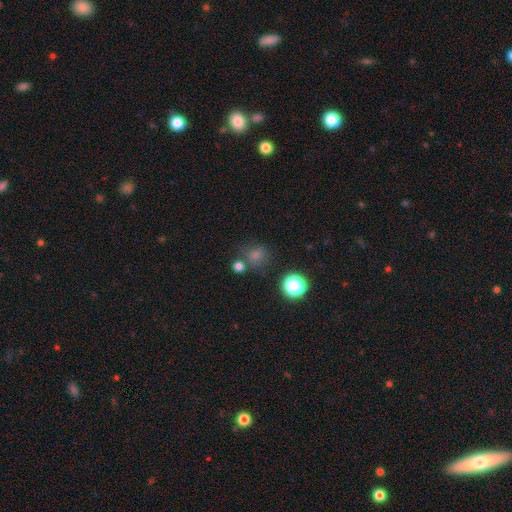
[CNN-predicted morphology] Smooth or featured: smooth — 68% (star or artifact — 24%)
How rounded: round — 80% (in between — 19%)
Merging: none — 65% (minor disturbance — 14%)